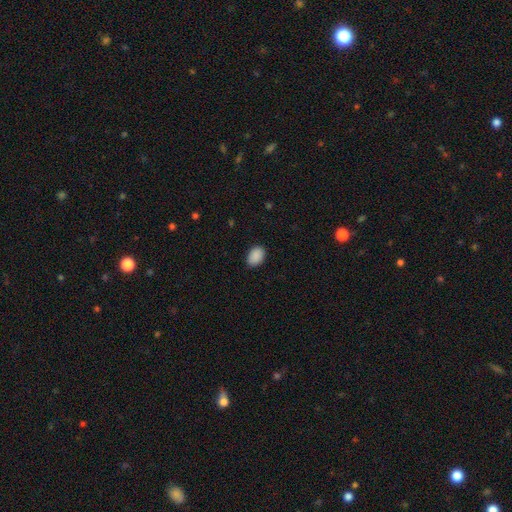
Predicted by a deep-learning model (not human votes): A smooth galaxy with no disk features (90%) that is in between round and cigar-shaped (81%). Merging: none (86%).